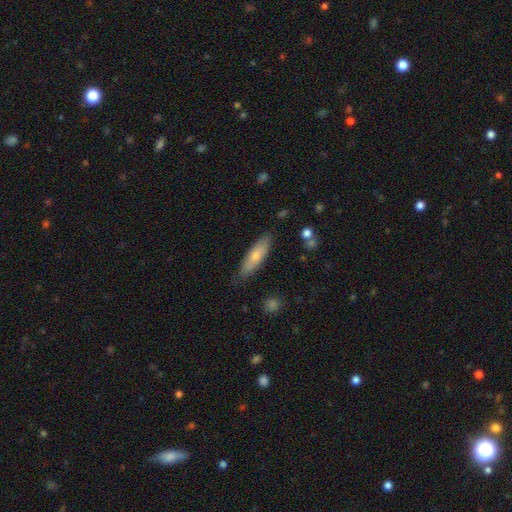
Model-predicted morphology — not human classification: This appears to be a smooth galaxy with no disk features (69%) that is cigar-shaped (51%). Merging: none (81%).